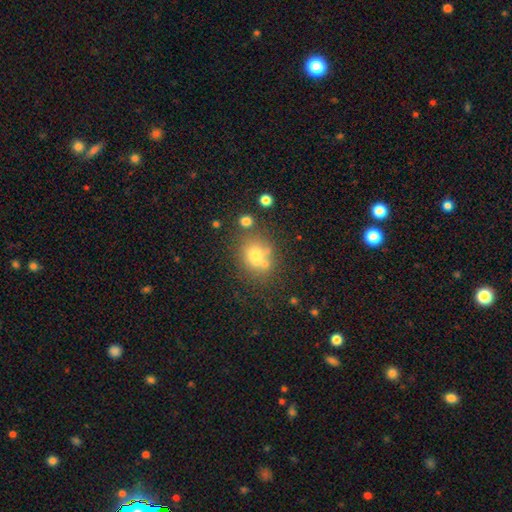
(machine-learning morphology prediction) smooth-or-featured: smooth: 68% | featured or disk: 17% | star or artifact: 15%
  how-rounded: round: 64% | in between: 34% | cigar-shaped: 1%
  merging: none: 52% | merger: 25% | minor disturbance: 15% | major disturbance: 7%